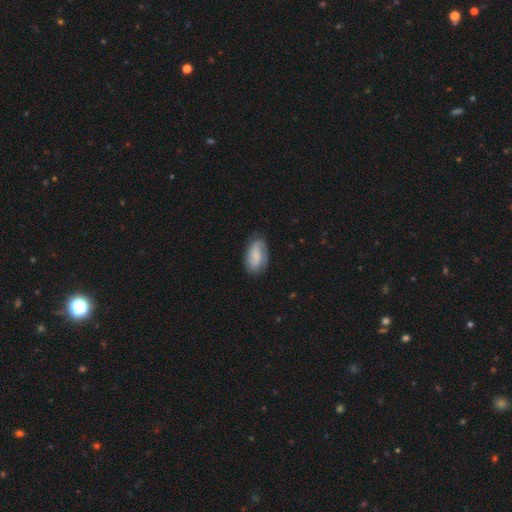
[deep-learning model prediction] Overall: smooth (58%; featured or disk 34%). How rounded: in between (92%). Merging: none (72%).